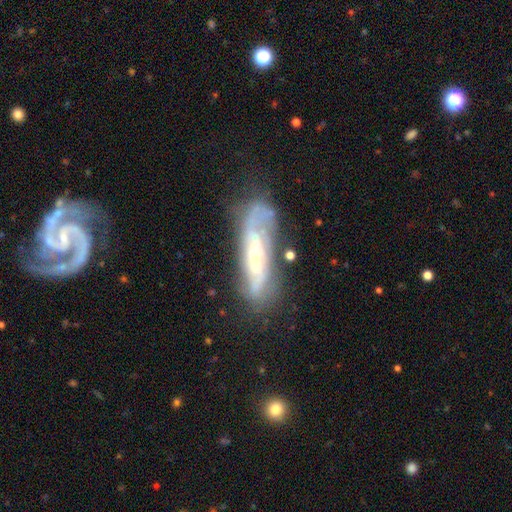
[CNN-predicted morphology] type=featured or disk (70%); edge-on=no (70%); merging=none (65%).